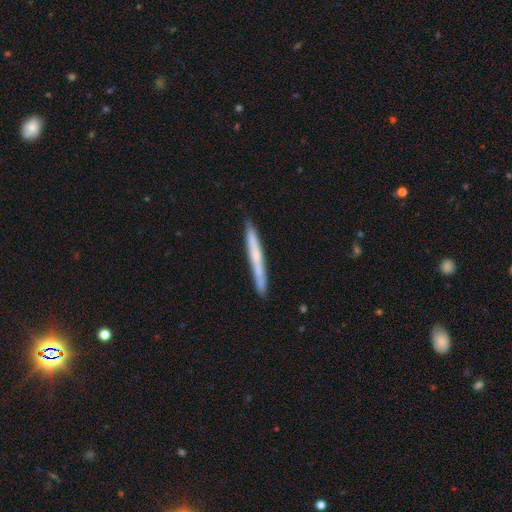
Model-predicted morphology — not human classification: Smooth or featured?
  - smooth: 51% *
  - featured or disk: 44%
  - star or artifact: 6%
How rounded?
  - cigar-shaped: 97% *
  - in between: 2%
  - round: 1%
Merging?
  - none: 86% *
  - minor disturbance: 11%
  - merger: 2%
  - major disturbance: 2%